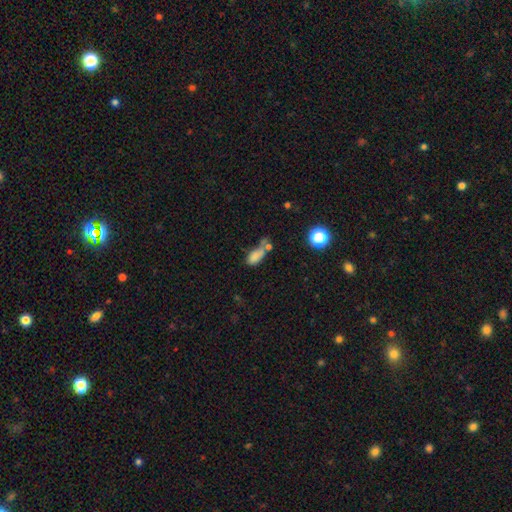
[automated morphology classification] Q: Smooth or featured?
A: smooth (76%); runner-up: star or artifact (13%)
Q: How rounded?
A: in between (83%); runner-up: cigar-shaped (10%)
Q: Merging?
A: merger (37%); runner-up: none (28%)